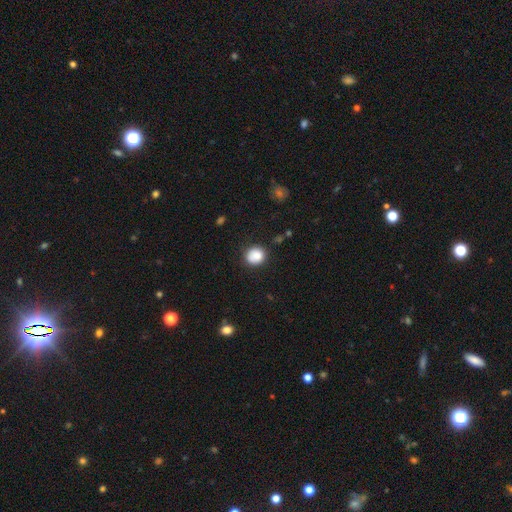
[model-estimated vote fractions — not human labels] Q: Smooth or featured?
A: smooth (85%); runner-up: star or artifact (9%)
Q: How rounded?
A: round (84%); runner-up: in between (15%)
Q: Merging?
A: none (78%); runner-up: minor disturbance (15%)